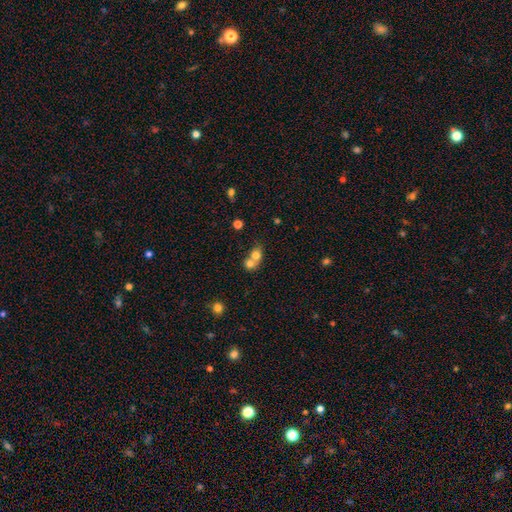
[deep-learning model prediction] This appears to be a smooth galaxy with no disk features (73%) that is round (66%). Merging: merger (68%).